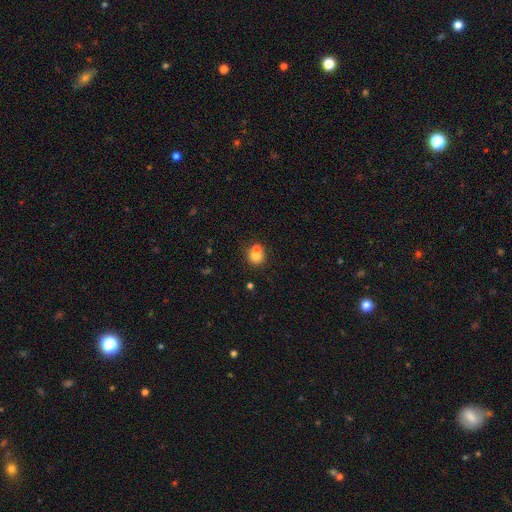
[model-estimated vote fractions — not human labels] A smooth galaxy with no disk features (73%) that is round (84%).

Vote fractions:
- Smooth or featured? smooth: 73% / featured or disk: 15% / star or artifact: 12%
- How rounded? round: 84% / in between: 16% / cigar-shaped: 1%
- Merging? merger: 45% / none: 44% / minor disturbance: 8% / major disturbance: 3%